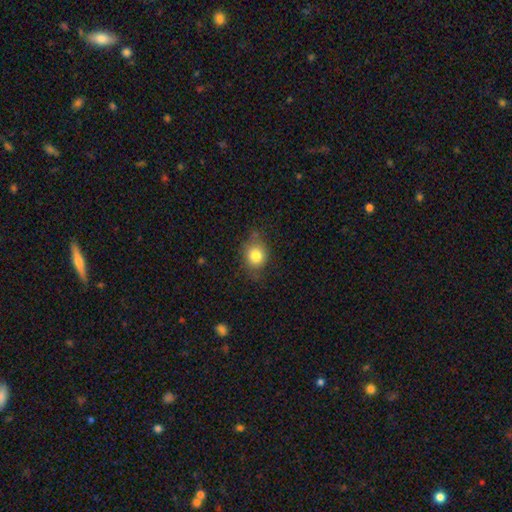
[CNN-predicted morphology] smooth_or_featured: smooth (p=0.81) [alt: star or artifact p=0.10]
how_rounded: round (p=0.70) [alt: in between p=0.29]
merging: none (p=0.69) [alt: minor disturbance p=0.23]